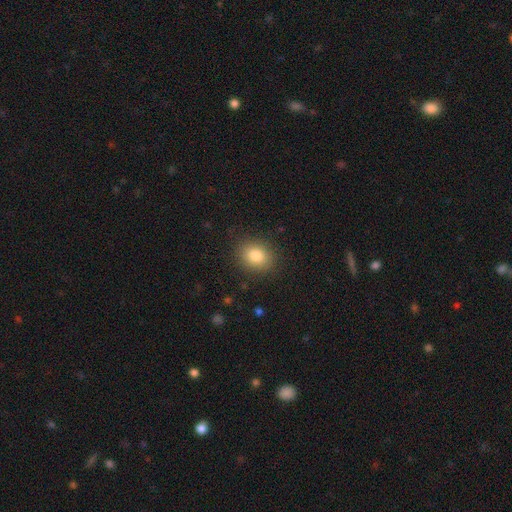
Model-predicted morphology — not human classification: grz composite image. It shows a smooth galaxy with no disk features (83%) that is in between round and cigar-shaped (50%). Merging: none (87%).